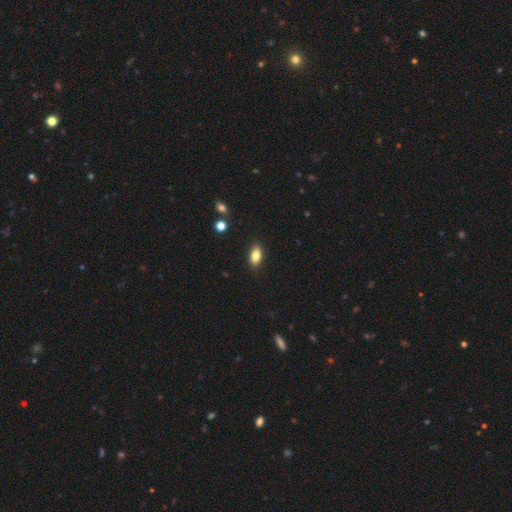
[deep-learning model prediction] smooth 82%, featured or disk 10%, star or artifact 8%. Down the decision tree: how rounded — in between (88%); merging — none (87%).